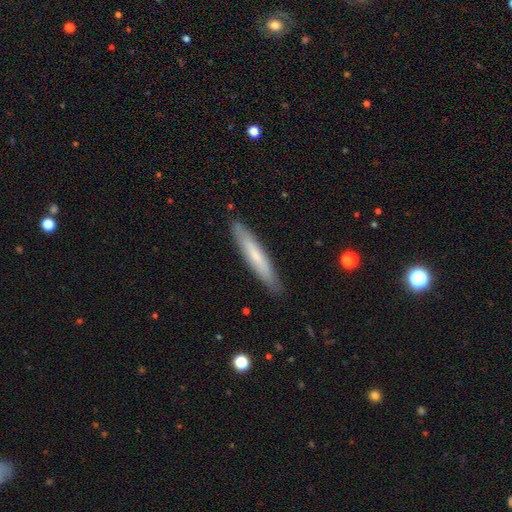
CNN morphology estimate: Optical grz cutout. It shows a smooth galaxy with no disk features (63%) that is cigar-shaped (92%). Merging: none (89%).